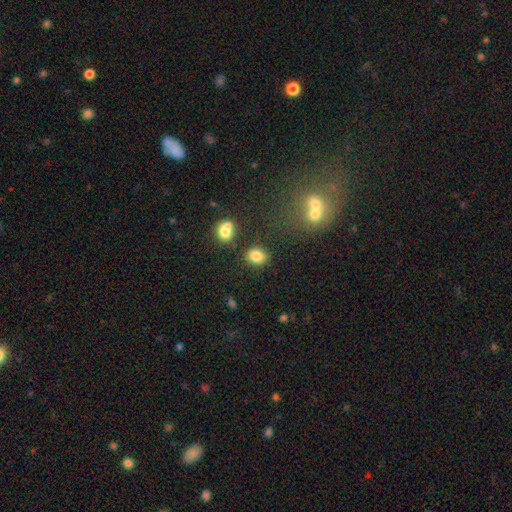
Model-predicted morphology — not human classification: A smooth galaxy with no disk features (83%) that is in between round and cigar-shaped (51%).

Vote fractions:
- Smooth or featured? smooth: 83% / star or artifact: 11% / featured or disk: 6%
- How rounded? in between: 51% / round: 48% / cigar-shaped: 1%
- Merging? none: 78% / minor disturbance: 11% / merger: 8% / major disturbance: 3%